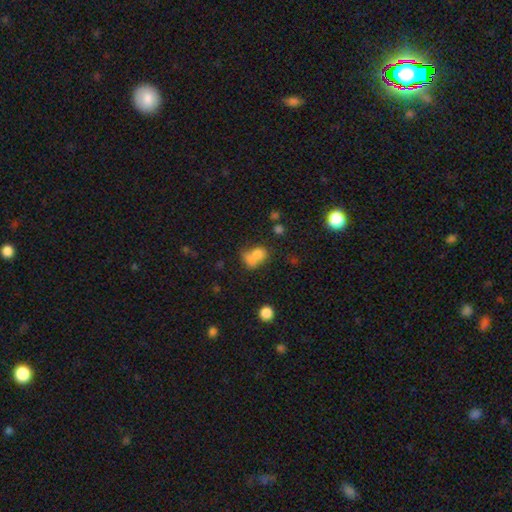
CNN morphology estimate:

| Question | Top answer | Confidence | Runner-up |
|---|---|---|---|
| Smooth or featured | smooth | 73% | featured or disk (14%) |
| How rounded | in between | 58% | round (41%) |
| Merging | merger | 52% | none (25%) |